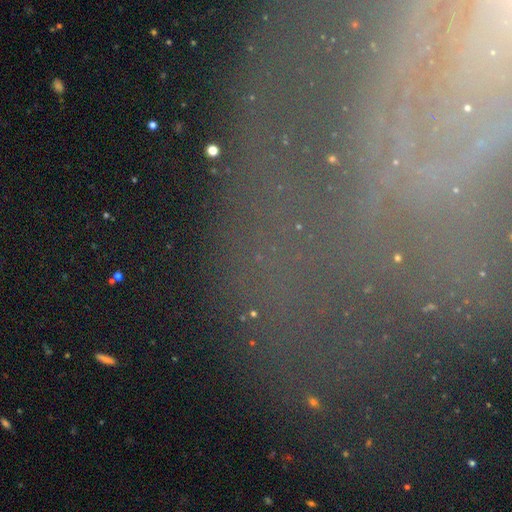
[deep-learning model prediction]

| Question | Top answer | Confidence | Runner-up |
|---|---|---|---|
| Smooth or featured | star or artifact | 46% | featured or disk (36%) |